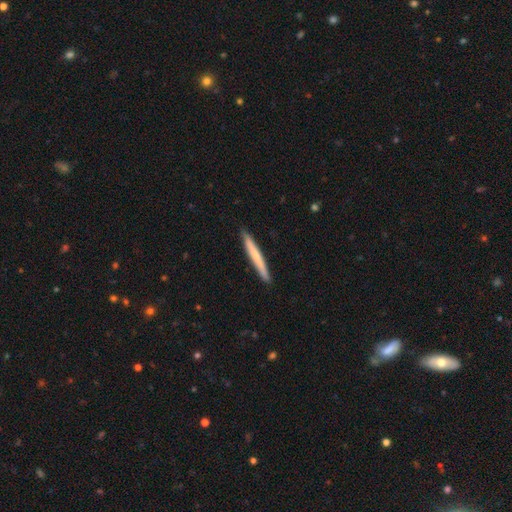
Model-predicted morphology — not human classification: smooth 58%, featured or disk 37%, star or artifact 5%. Down the decision tree: how rounded — cigar-shaped (97%); merging — none (90%).